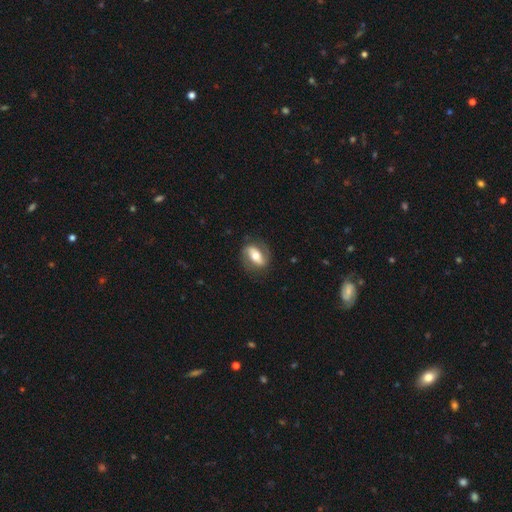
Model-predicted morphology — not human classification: Overall: featured or disk (64%; smooth 30%). Edge-on disk: no (92%). Bar: strong (45%; no 28%). Spiral arms: yes (80%). Bulge size: moderate (66%). Merging: none (78%).